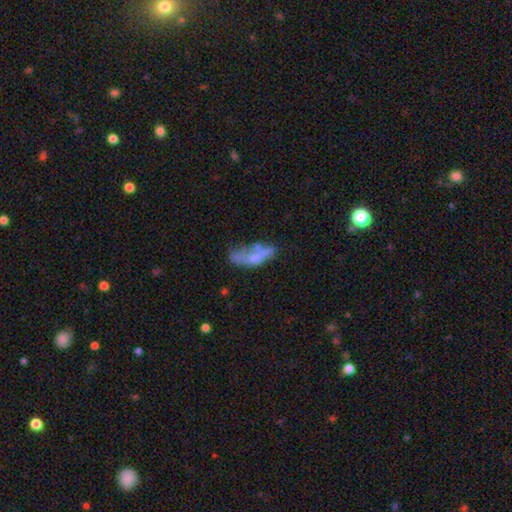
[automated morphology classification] A smooth galaxy with no disk features (50%) that is in between round and cigar-shaped (59%). Merging: none (32%).